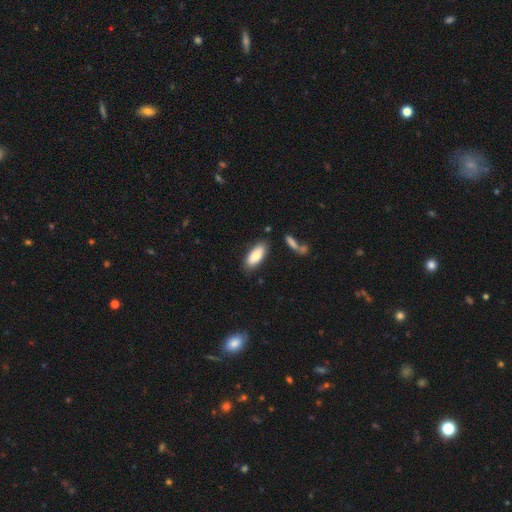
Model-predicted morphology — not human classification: A smooth galaxy with no disk features (79%) that is in between round and cigar-shaped (83%). Merging: none (80%).